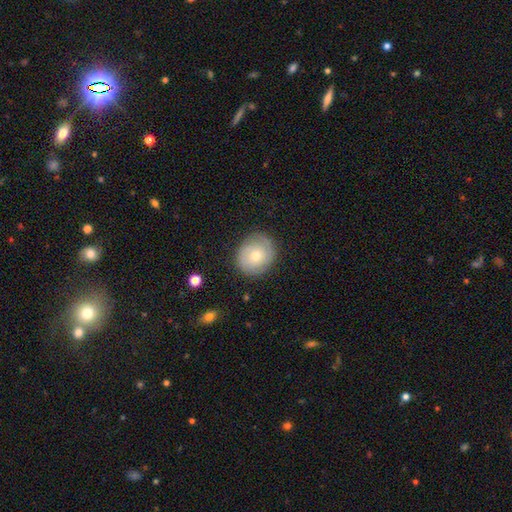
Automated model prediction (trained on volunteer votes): Morphology: type=featured or disk (47%); merging=none (78%).